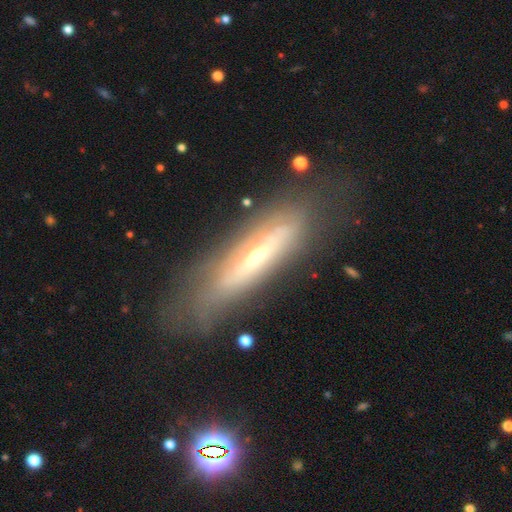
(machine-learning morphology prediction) Q: Smooth or featured?
A: featured or disk (69%); runner-up: smooth (23%)
Q: Edge-on disk?
A: yes (56%); runner-up: no (44%)
Q: Merging?
A: none (67%); runner-up: minor disturbance (21%)